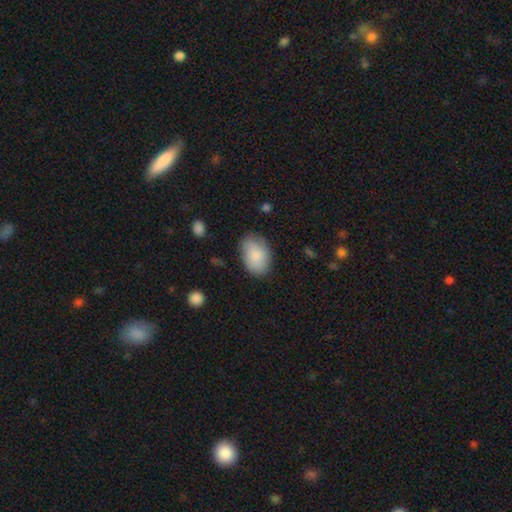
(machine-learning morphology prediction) smooth_or_featured: smooth (p=0.84) [alt: featured or disk p=0.10]
how_rounded: in between (p=0.87) [alt: round p=0.12]
merging: none (p=0.77) [alt: minor disturbance p=0.17]